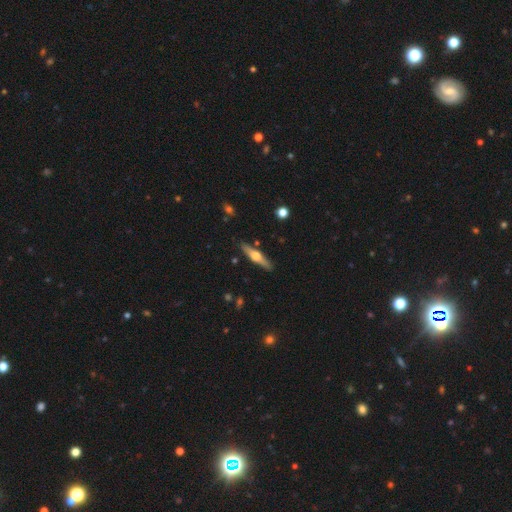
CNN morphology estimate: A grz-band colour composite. It shows a featured or disk galaxy (63%) viewed edge-on (95%) with a rounded central bulge (93%). Merging: none (88%).